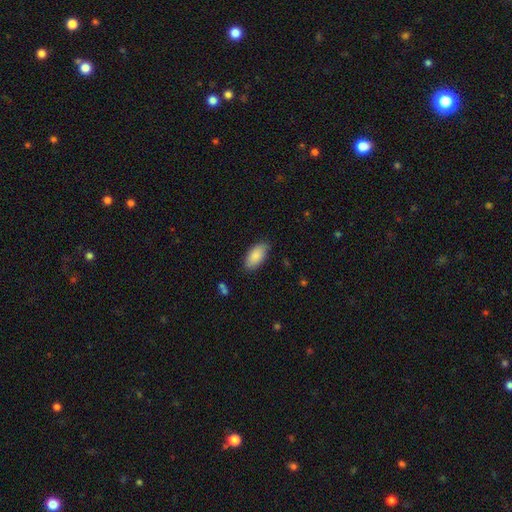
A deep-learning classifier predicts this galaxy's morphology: Smooth or featured? Predicted: smooth (p=0.88). How rounded? Predicted: in between (p=0.93). Merging? Predicted: none (p=0.83).